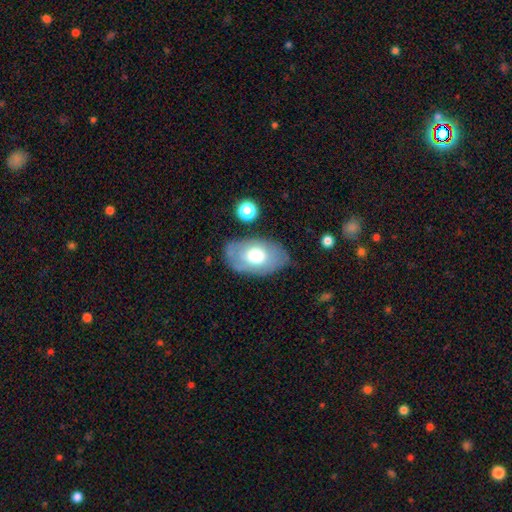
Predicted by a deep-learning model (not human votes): A smooth galaxy with no disk features (59%) that is in between round and cigar-shaped (90%). Merging: none (73%).